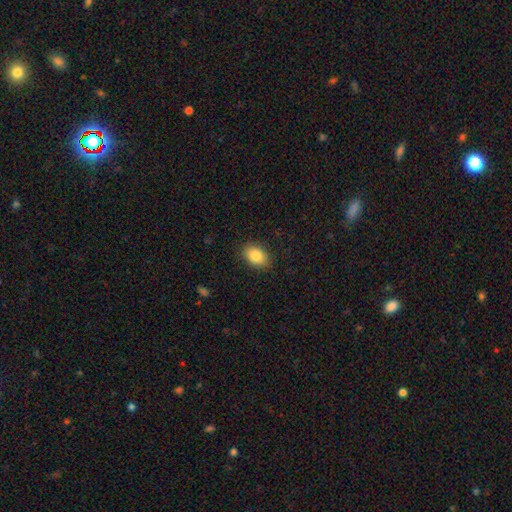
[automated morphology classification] Overall: smooth (86%). How rounded: in between (81%). Merging: none (87%).